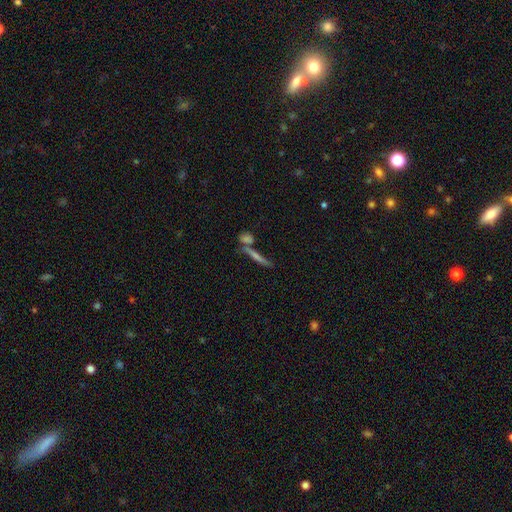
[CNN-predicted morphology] smooth_or_featured: featured or disk (p=0.44) [alt: smooth p=0.42]
merging: none (p=0.66) [alt: merger p=0.21]